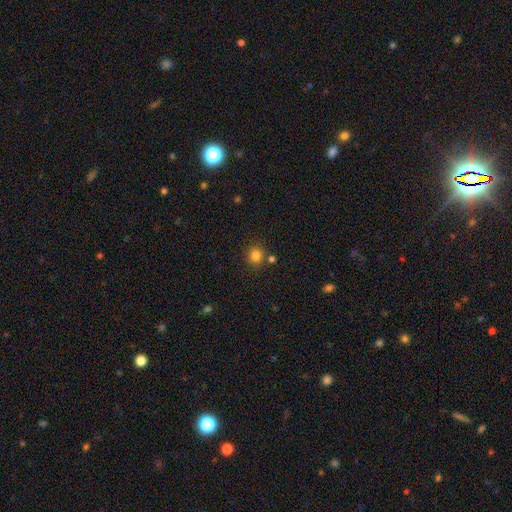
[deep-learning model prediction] This is clearly a smooth galaxy (83%). How rounded: clearly round (83%). Merging: likely none (80%).